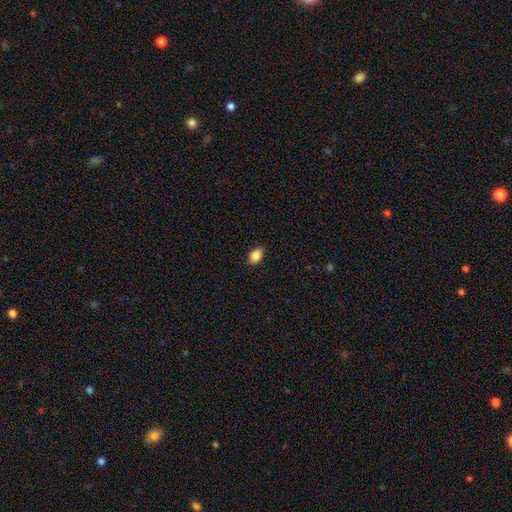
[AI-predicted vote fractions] A smooth galaxy with no disk features (86%) that is in between round and cigar-shaped (82%).

Vote fractions:
- Smooth or featured? smooth: 86% / star or artifact: 9% / featured or disk: 5%
- How rounded? in between: 82% / round: 16% / cigar-shaped: 2%
- Merging? none: 83% / minor disturbance: 14% / major disturbance: 2% / merger: 1%